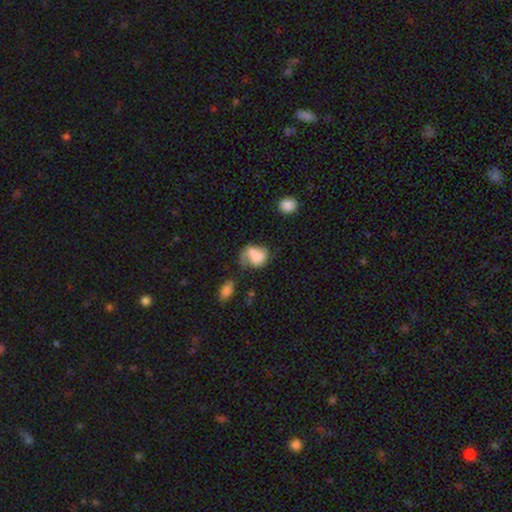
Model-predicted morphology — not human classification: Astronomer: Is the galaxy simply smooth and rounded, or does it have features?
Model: smooth — 65%.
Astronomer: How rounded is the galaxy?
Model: in between — 61% (runner-up: round, 38%).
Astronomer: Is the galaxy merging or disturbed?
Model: none — 27% (runner-up: merger, 25%).